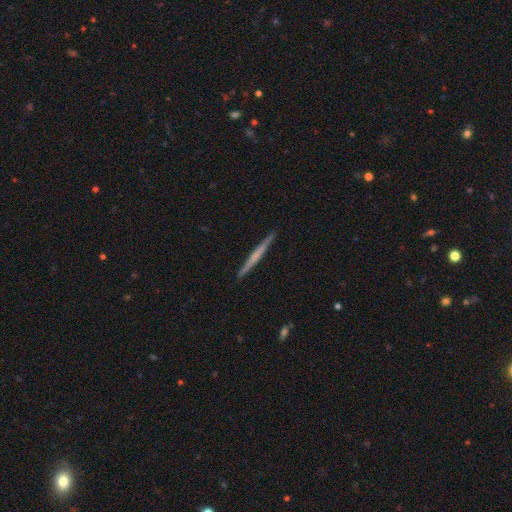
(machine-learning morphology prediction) smooth_or_featured: featured or disk (p=0.53) [alt: smooth p=0.42]
disk_edge_on: yes (p=0.98) [alt: no p=0.02]
edge_on_bulge: none (p=0.77) [alt: rounded p=0.17]
merging: none (p=0.92) [alt: minor disturbance p=0.05]